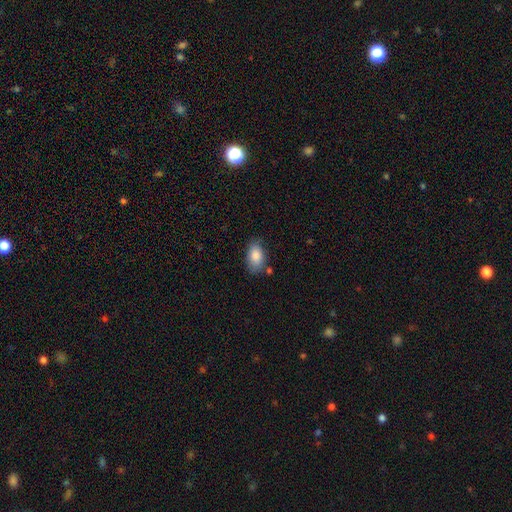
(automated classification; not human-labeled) Q: Smooth or featured?
A: smooth (85%); runner-up: featured or disk (8%)
Q: How rounded?
A: in between (90%); runner-up: round (8%)
Q: Merging?
A: none (71%); runner-up: minor disturbance (21%)